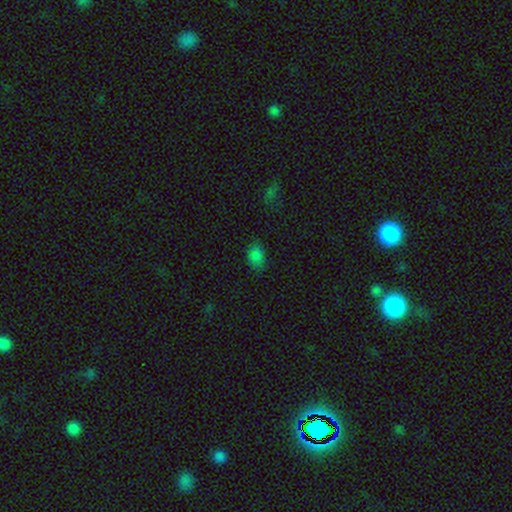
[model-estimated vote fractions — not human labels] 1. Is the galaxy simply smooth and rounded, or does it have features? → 81% smooth, 14% star or artifact, 4% featured or disk.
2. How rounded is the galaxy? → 74% in between, 24% round, 1% cigar-shaped.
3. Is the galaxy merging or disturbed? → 76% none, 18% minor disturbance, 4% major disturbance, 1% merger.